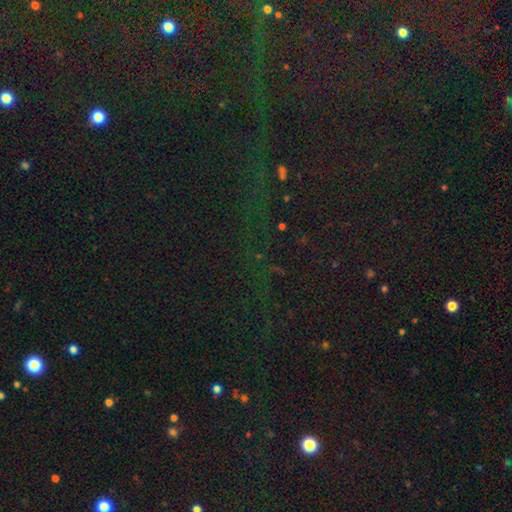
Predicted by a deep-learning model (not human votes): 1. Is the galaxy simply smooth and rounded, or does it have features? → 83% star or artifact, 11% smooth, 7% featured or disk.